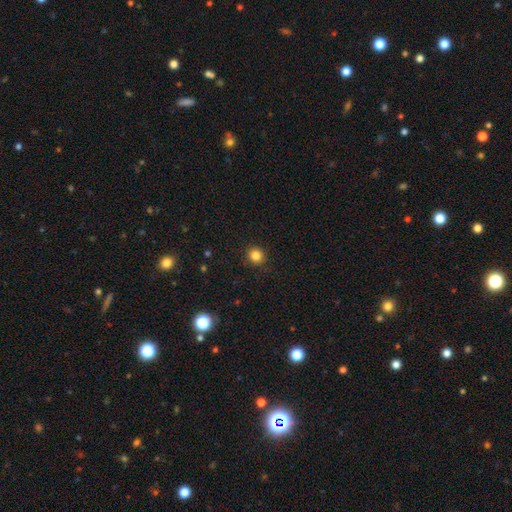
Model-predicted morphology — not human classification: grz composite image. It shows a smooth galaxy with no disk features (84%) that is round (93%). Merging: none (91%).